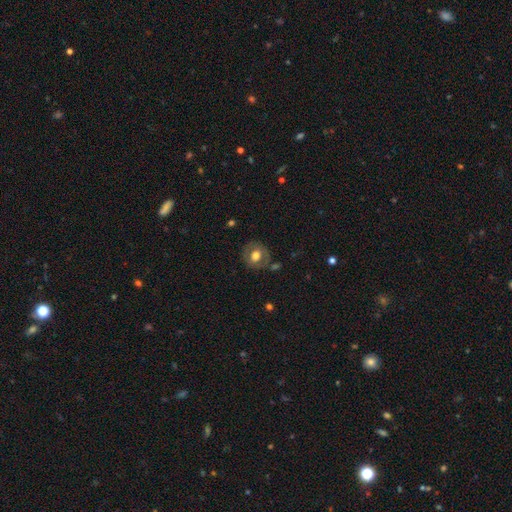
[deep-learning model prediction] smooth-or-featured: smooth: 56% | featured or disk: 36% | star or artifact: 8%
  how-rounded: round: 78% | in between: 21% | cigar-shaped: 1%
  merging: none: 75% | minor disturbance: 15% | major disturbance: 5% | merger: 5%